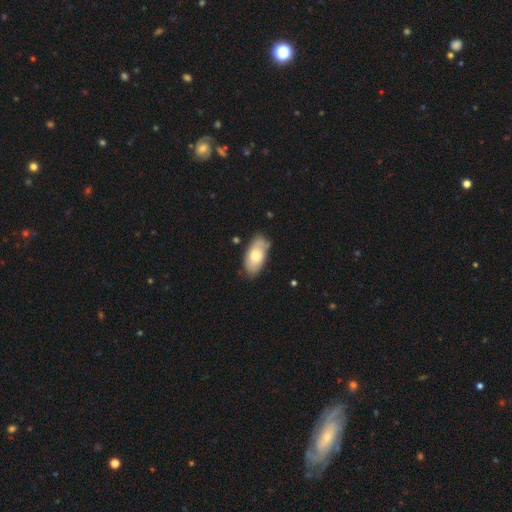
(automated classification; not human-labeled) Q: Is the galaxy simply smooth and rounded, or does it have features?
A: smooth — 67%.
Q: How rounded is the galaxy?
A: in between — 93%.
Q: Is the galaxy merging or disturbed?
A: none — 72%.